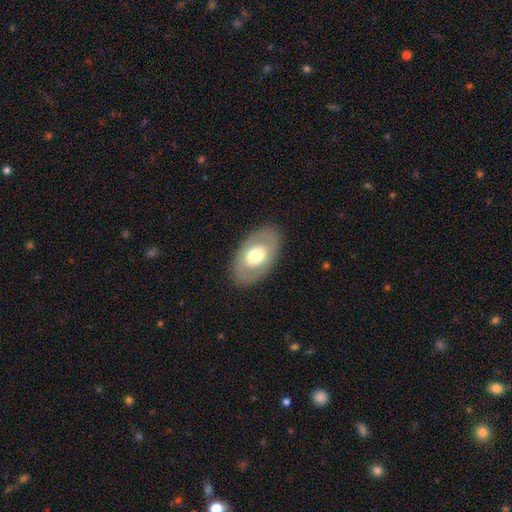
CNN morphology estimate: A smooth galaxy with no disk features (52%) that is in between round and cigar-shaped (88%). Merging: none (86%).